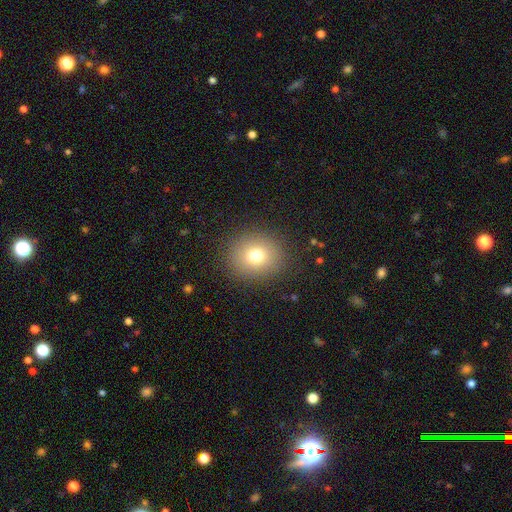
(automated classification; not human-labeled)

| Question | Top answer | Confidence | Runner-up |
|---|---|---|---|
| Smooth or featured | smooth | 76% | star or artifact (13%) |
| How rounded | round | 80% | in between (19%) |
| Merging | none | 88% | minor disturbance (8%) |